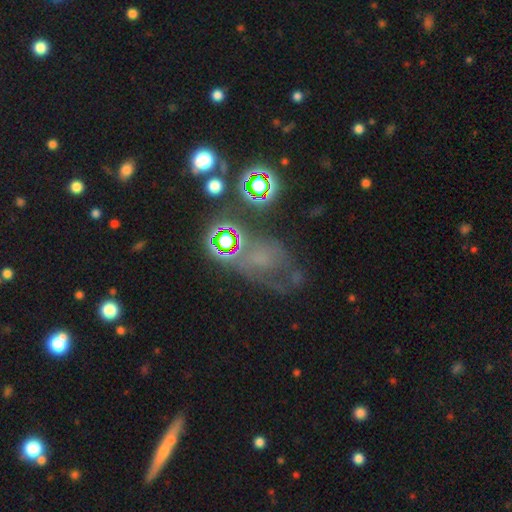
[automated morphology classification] Smooth or featured: star or artifact — 37% (tied with featured or disk — 37%)